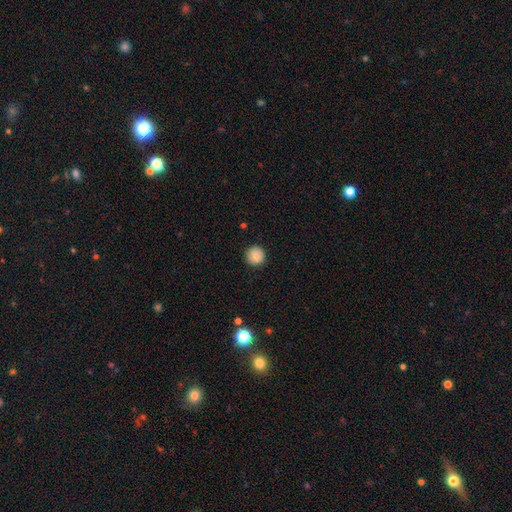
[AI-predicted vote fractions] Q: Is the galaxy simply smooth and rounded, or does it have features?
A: smooth — 87%.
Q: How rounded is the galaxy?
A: round — 96%.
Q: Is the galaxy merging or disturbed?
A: none — 91%.